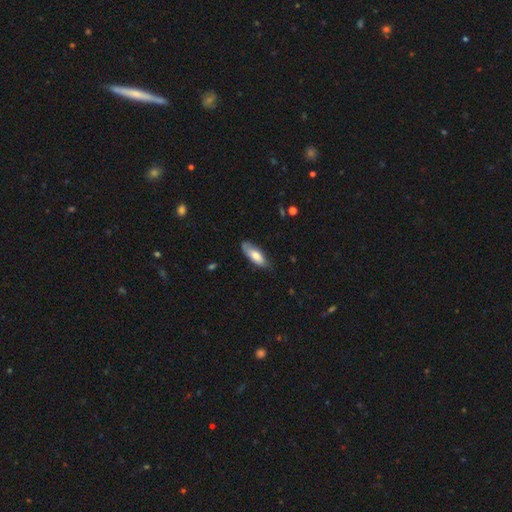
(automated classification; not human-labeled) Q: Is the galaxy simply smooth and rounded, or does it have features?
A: smooth — 70%.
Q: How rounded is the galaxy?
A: in between — 68%.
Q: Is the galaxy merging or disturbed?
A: none — 68%.